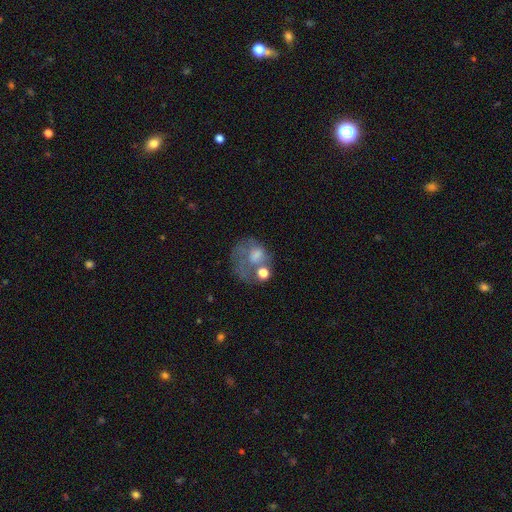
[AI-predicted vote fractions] This is possibly a featured or disk galaxy (45%). Merging: marginally major disturbance (35%).